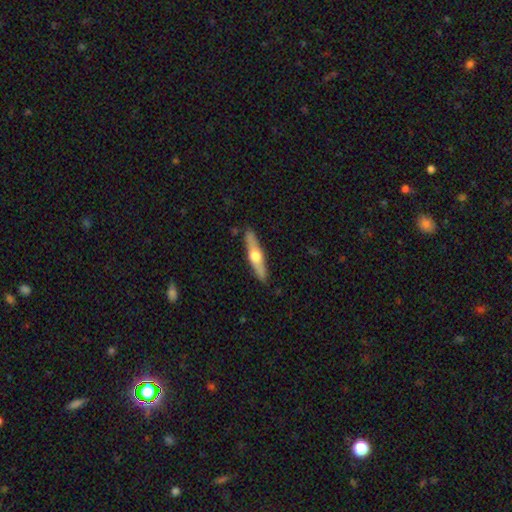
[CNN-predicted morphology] Q: Smooth or featured?
A: featured or disk (56%); runner-up: smooth (39%)
Q: Edge-on disk?
A: yes (92%); runner-up: no (8%)
Q: Edge-on bulge?
A: rounded (94%); runner-up: none (3%)
Q: Merging?
A: none (88%); runner-up: minor disturbance (9%)